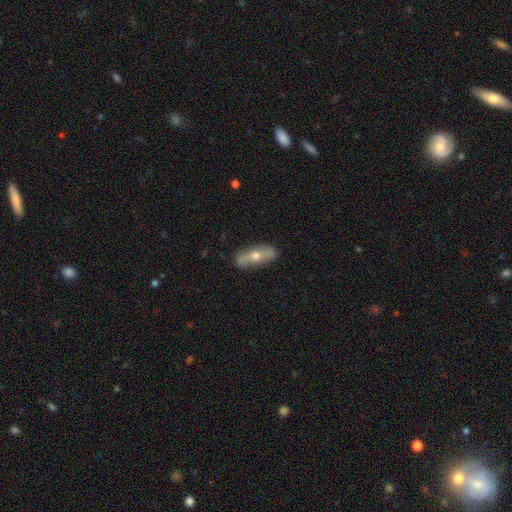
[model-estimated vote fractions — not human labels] The model was most divided on "edge-on disk": no: 55%, yes: 45%. More confident: merging — none (82%); smooth or featured — featured or disk (52%).